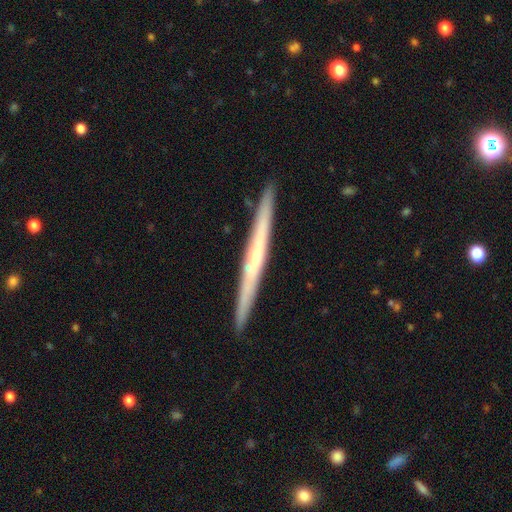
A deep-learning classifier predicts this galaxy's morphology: A featured or disk galaxy (64%) viewed edge-on (97%) with no central bulge (66%). Merging: none (92%).